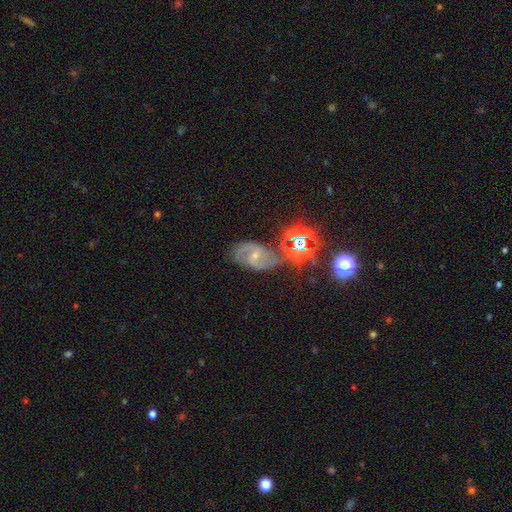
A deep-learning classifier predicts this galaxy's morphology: Overall: featured or disk (73%). Edge-on disk: no (97%). Bar: weak (50%; no 33%). Spiral arms: yes (94%). Spiral arm count: 2 (84%). Spiral winding: medium (53%; tight 26%). Bulge size: small (66%; moderate 29%). Merging: none (70%).